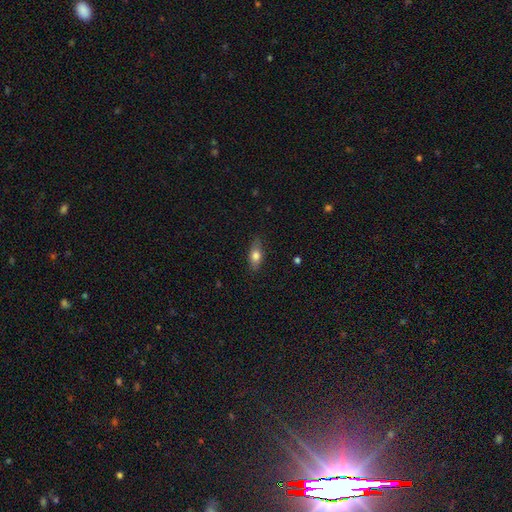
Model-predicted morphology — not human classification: Smooth or featured? Predicted: smooth (p=0.72). How rounded? Predicted: in between (p=0.74). Merging? Predicted: none (p=0.83).